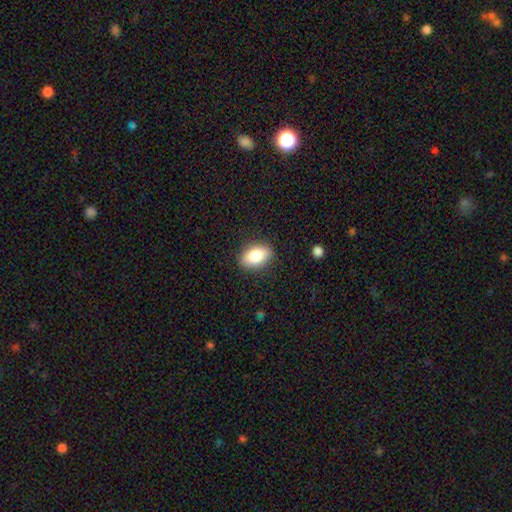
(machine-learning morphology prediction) Smooth or featured? smooth (85%)
How rounded? in between (89%)
Merging? none (87%)